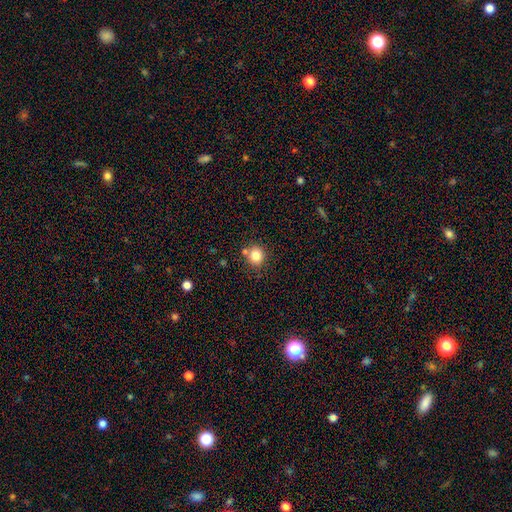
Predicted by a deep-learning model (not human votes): smooth 81%, star or artifact 12%, featured or disk 7%. Down the decision tree: how rounded — round (85%); merging — none (74%).